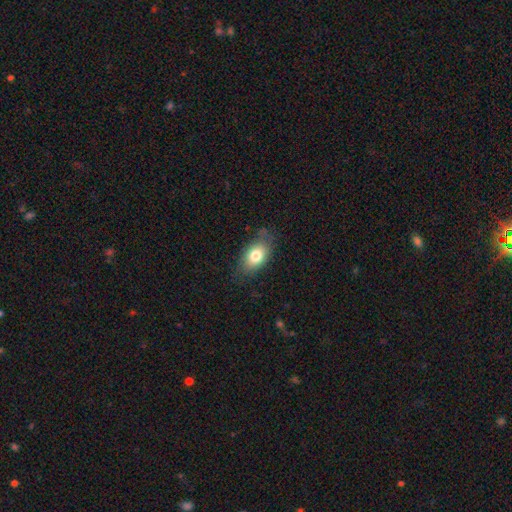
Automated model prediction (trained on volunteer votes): Q: Smooth or featured?
A: smooth (76%); runner-up: featured or disk (16%)
Q: How rounded?
A: in between (87%); runner-up: round (10%)
Q: Merging?
A: none (70%); runner-up: minor disturbance (22%)